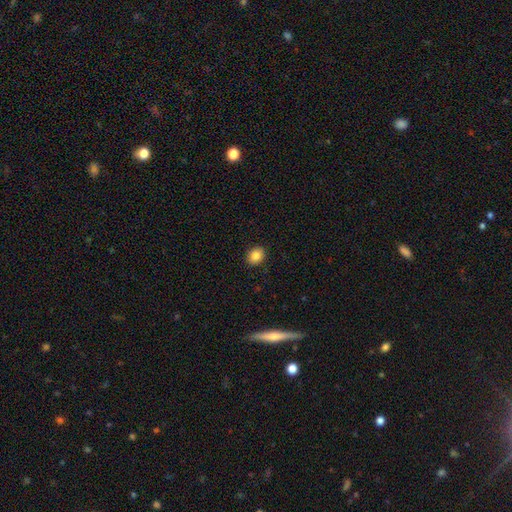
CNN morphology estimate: Smooth or featured? smooth (85%)
How rounded? round (54%)
Merging? none (90%)